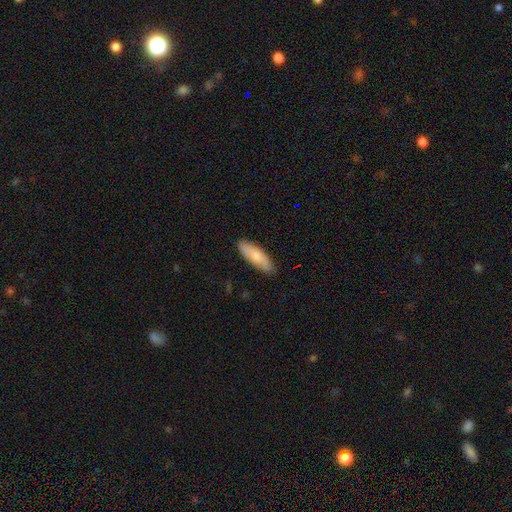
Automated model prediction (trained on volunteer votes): Smooth or featured? smooth (81%)
How rounded? in between (58%)
Merging? none (86%)